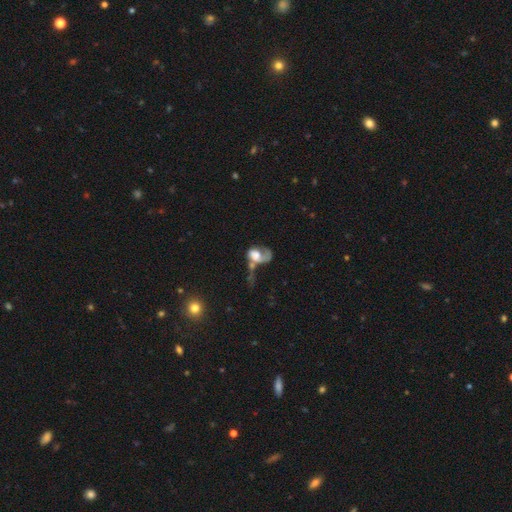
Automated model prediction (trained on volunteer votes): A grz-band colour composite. It shows a featured or disk galaxy (50%). Merging: major disturbance (41%).